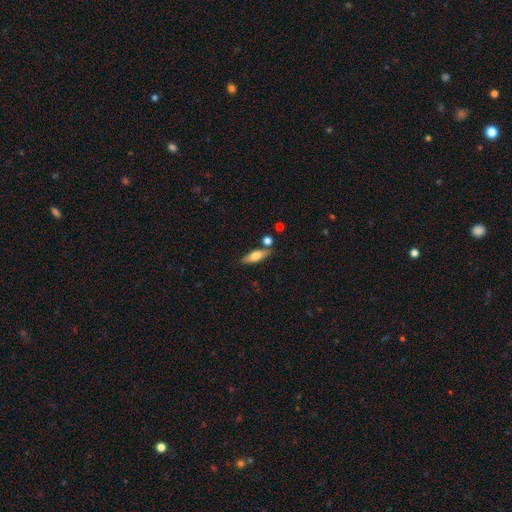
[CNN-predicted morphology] This is likely a smooth galaxy (68%). How rounded: likely in between (61%). Merging: likely none (75%).